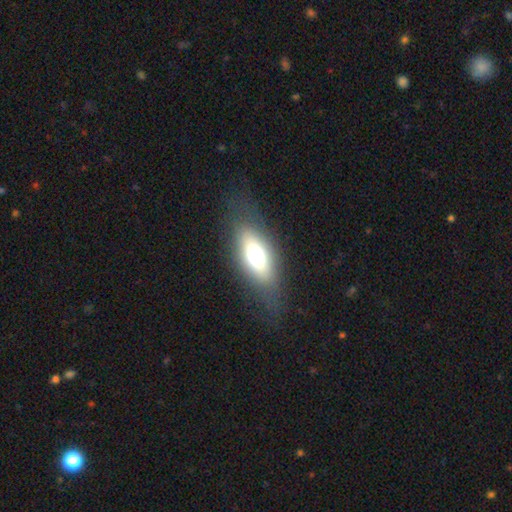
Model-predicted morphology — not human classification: This is likely a smooth galaxy (61%). How rounded: likely in between (77%). Merging: likely none (76%).